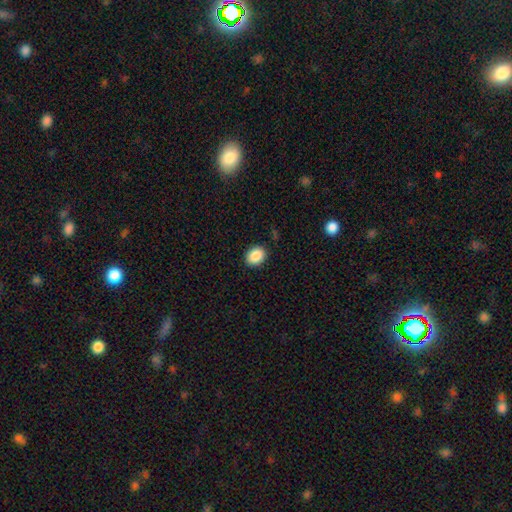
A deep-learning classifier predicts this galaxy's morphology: This is clearly a smooth galaxy (88%). How rounded: possibly in between (56%). Merging: clearly none (89%).